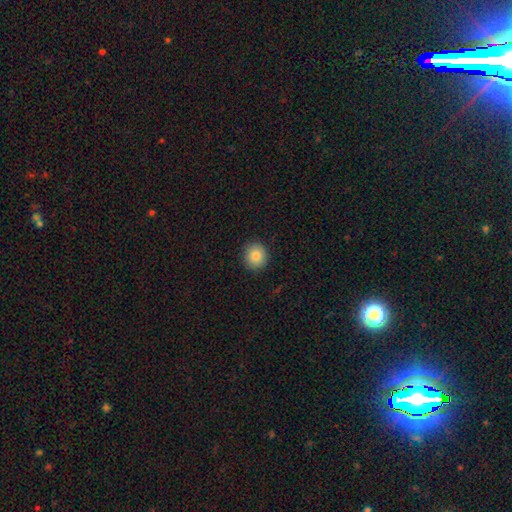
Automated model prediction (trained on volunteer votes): Smooth or featured?
  - smooth: 84% *
  - star or artifact: 9%
  - featured or disk: 6%
How rounded?
  - round: 91% *
  - in between: 8%
  - cigar-shaped: 1%
Merging?
  - none: 91% *
  - minor disturbance: 6%
  - major disturbance: 2%
  - merger: 1%